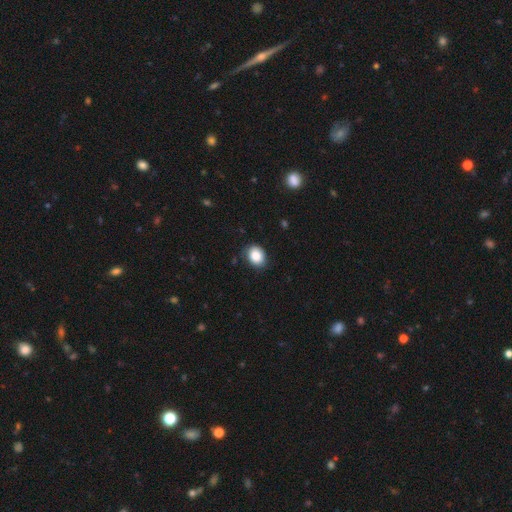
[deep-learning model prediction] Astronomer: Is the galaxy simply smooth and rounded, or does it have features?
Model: smooth — 86%.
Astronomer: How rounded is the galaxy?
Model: in between — 52% (runner-up: round, 47%).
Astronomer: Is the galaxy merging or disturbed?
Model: none — 84%.